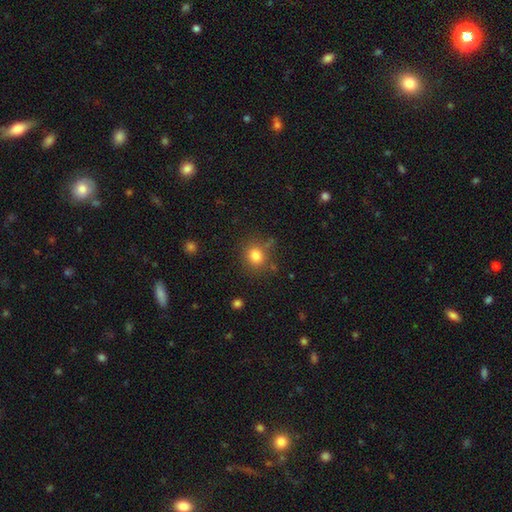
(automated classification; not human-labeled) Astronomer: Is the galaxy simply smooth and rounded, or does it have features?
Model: smooth — 81%.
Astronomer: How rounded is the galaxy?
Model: round — 76%.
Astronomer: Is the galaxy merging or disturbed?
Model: none — 78%.